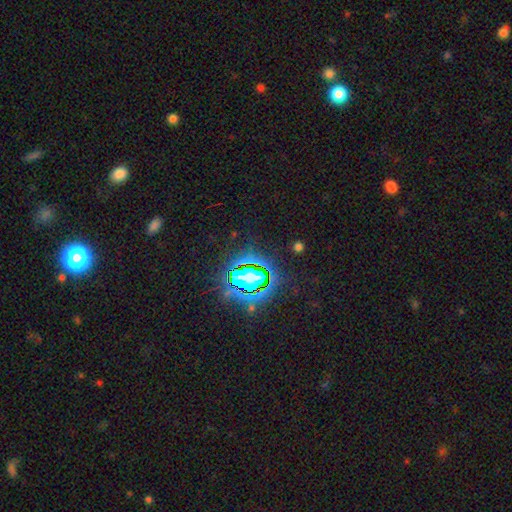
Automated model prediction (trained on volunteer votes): Smooth or featured? star or artifact (83%)